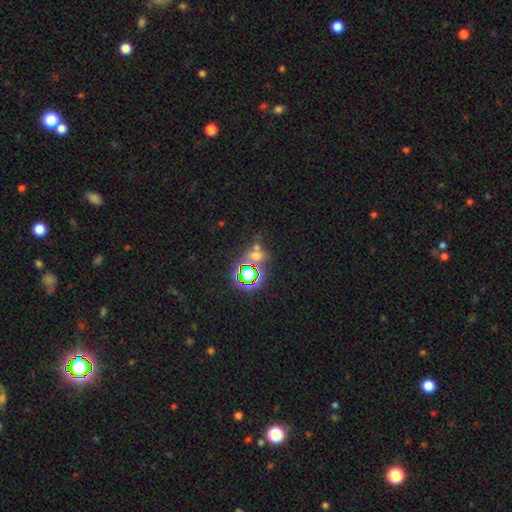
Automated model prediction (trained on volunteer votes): Morphology: type=star or artifact (56%).